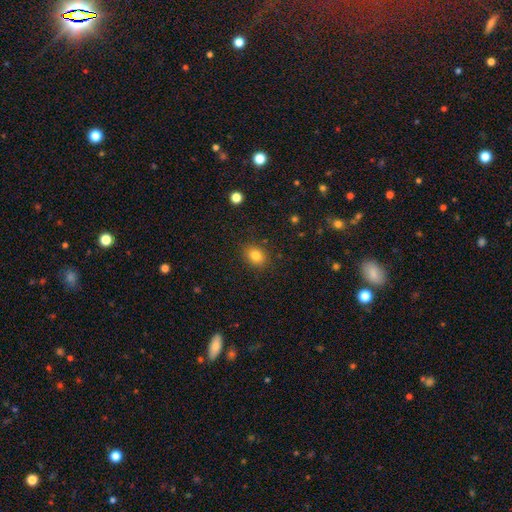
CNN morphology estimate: Smooth or featured? Predicted: smooth (p=0.82). How rounded? Predicted: in between (p=0.53). Merging? Predicted: none (p=0.86).